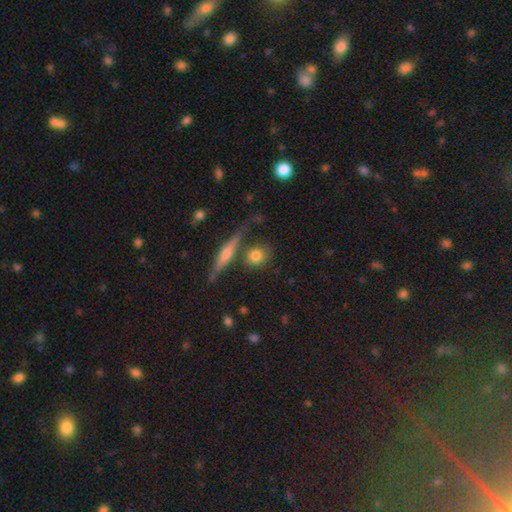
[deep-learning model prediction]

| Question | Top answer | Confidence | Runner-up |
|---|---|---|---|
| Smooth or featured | smooth | 74% | featured or disk (17%) |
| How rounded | round | 72% | in between (20%) |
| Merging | none | 68% | minor disturbance (14%) |